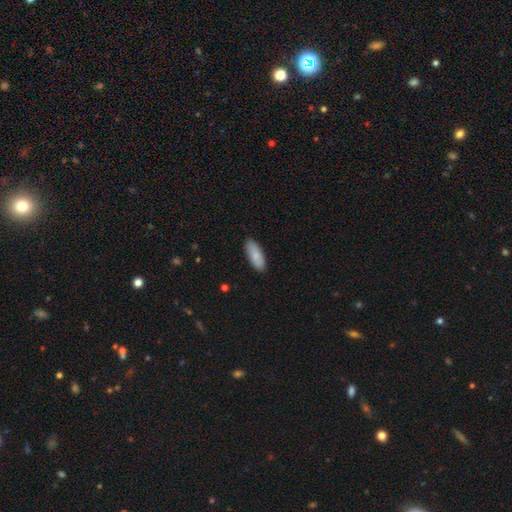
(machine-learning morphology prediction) Smooth or featured: smooth — 87% (featured or disk — 8%)
How rounded: in between — 77% (cigar-shaped — 21%)
Merging: none — 89% (minor disturbance — 9%)